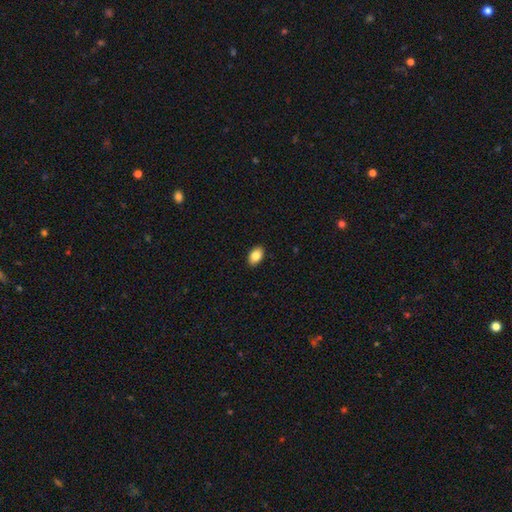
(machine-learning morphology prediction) Smooth or featured? smooth (86%)
How rounded? in between (90%)
Merging? none (90%)